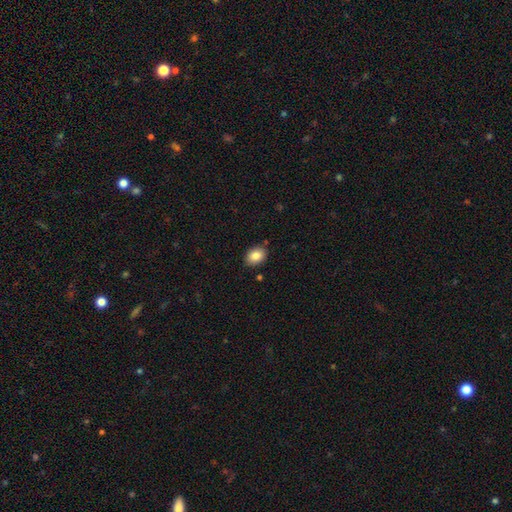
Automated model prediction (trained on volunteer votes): Smooth or featured? Predicted: smooth (p=0.85). How rounded? Predicted: in between (p=0.77). Merging? Predicted: none (p=0.85).